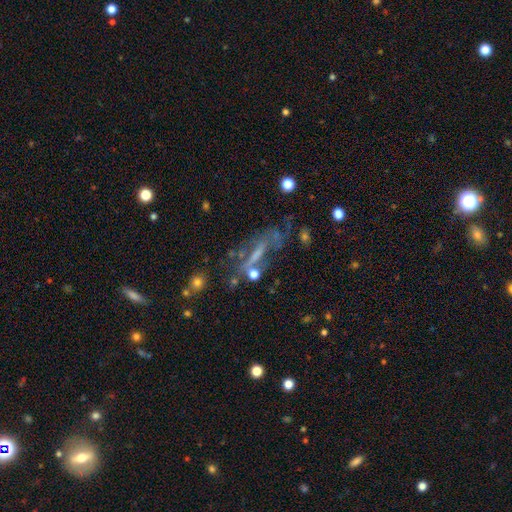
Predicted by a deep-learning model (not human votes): smooth_or_featured: featured or disk (p=0.49) [alt: smooth p=0.27]
merging: none (p=0.44) [alt: major disturbance p=0.27]